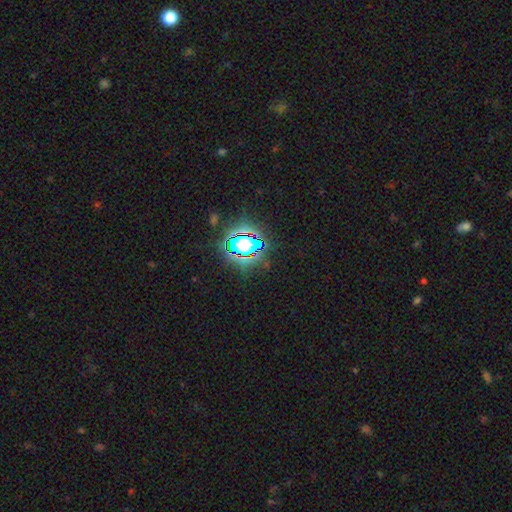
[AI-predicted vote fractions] star or artifact 80%, smooth 12%, featured or disk 7%.